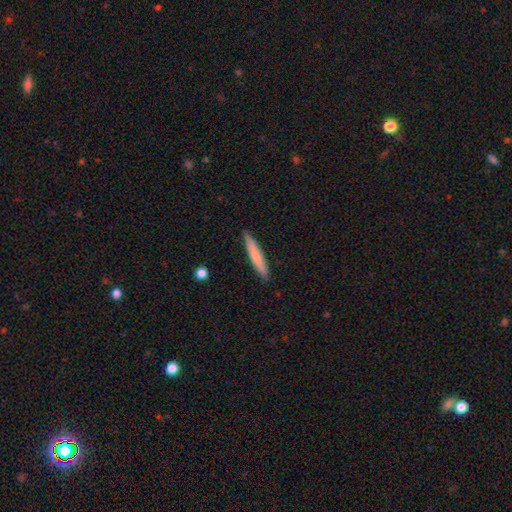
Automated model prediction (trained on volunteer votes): Smooth or featured?
  - smooth: 72% *
  - featured or disk: 23%
  - star or artifact: 6%
How rounded?
  - cigar-shaped: 94% *
  - in between: 5%
  - round: 1%
Merging?
  - none: 90% *
  - minor disturbance: 7%
  - major disturbance: 1%
  - merger: 1%